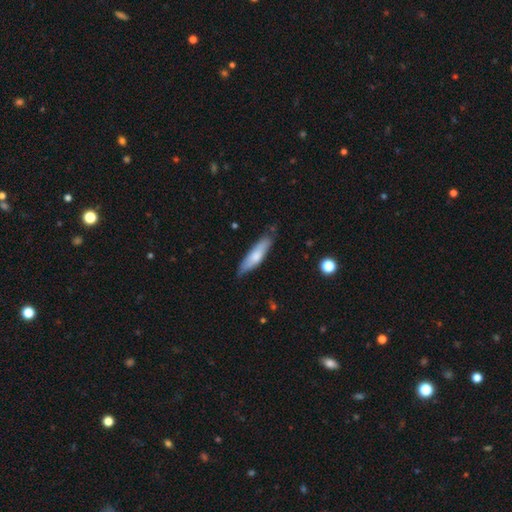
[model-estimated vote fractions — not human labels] Q: Smooth or featured?
A: smooth (68%); runner-up: featured or disk (26%)
Q: How rounded?
A: cigar-shaped (72%); runner-up: in between (26%)
Q: Merging?
A: none (77%); runner-up: minor disturbance (19%)